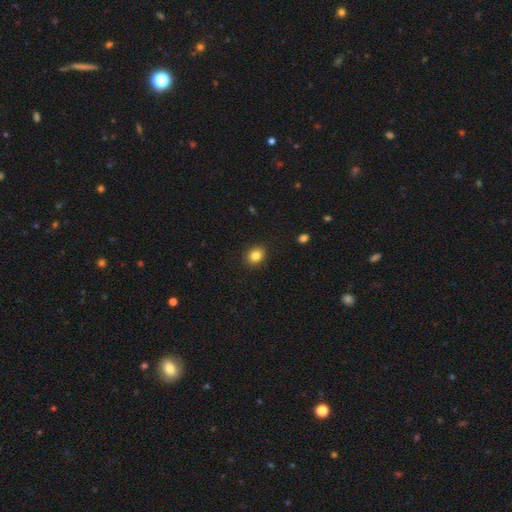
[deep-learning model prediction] smooth-or-featured: smooth: 84% | star or artifact: 10% | featured or disk: 6%
  how-rounded: round: 66% | in between: 33% | cigar-shaped: 1%
  merging: none: 90% | minor disturbance: 7% | major disturbance: 2% | merger: 1%